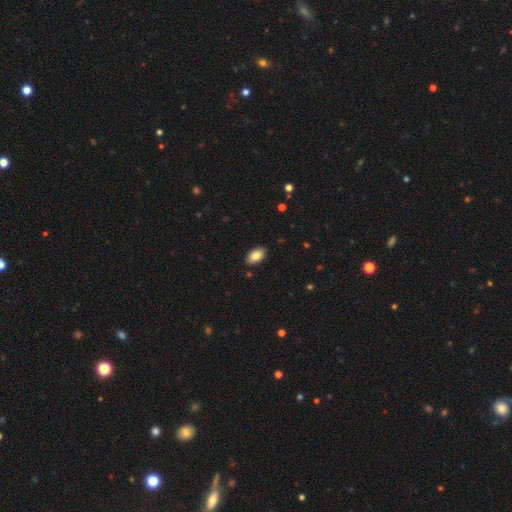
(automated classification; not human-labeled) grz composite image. It shows a smooth galaxy with no disk features (85%) that is in between round and cigar-shaped (93%). Merging: none (89%).